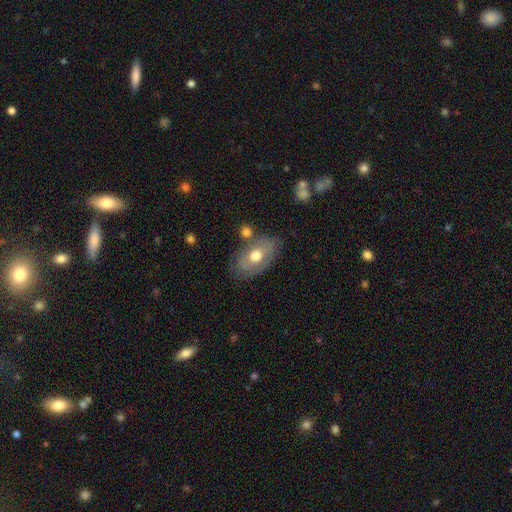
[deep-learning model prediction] Smooth or featured? Predicted: smooth (p=0.55). How rounded? Predicted: in between (p=0.87). Merging? Predicted: none (p=0.64).